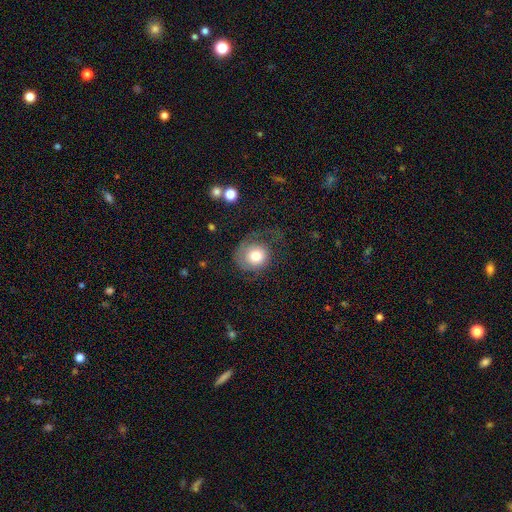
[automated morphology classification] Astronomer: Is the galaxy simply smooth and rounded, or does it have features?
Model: smooth — 62%.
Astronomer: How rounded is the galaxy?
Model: round — 82%.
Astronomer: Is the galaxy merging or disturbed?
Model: none — 47% (runner-up: major disturbance, 31%).